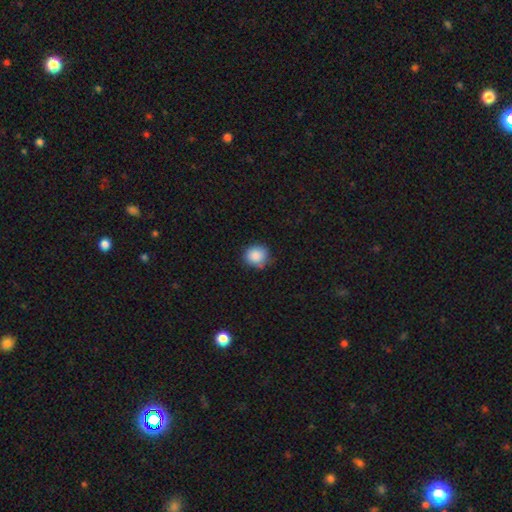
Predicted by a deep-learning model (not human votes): This is clearly a smooth galaxy (88%). How rounded: clearly round (86%). Merging: likely none (77%).